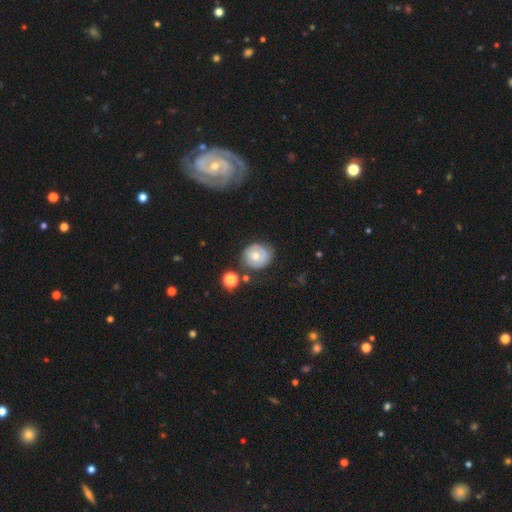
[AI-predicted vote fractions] Q: Smooth or featured?
A: featured or disk (46%); runner-up: smooth (45%)
Q: Merging?
A: none (70%); runner-up: minor disturbance (19%)